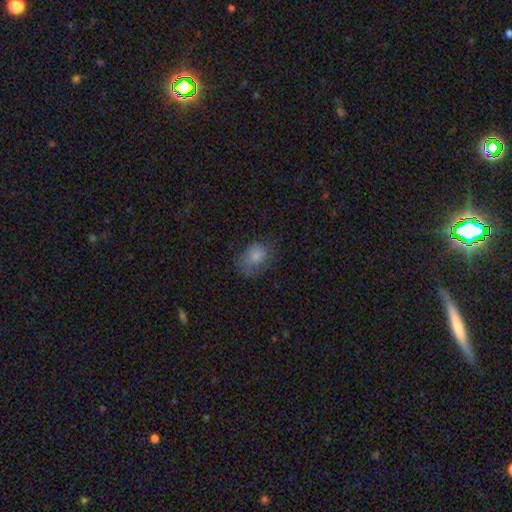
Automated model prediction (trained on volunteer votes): Q: Smooth or featured?
A: smooth (76%); runner-up: featured or disk (14%)
Q: How rounded?
A: in between (73%); runner-up: round (26%)
Q: Merging?
A: none (58%); runner-up: minor disturbance (26%)